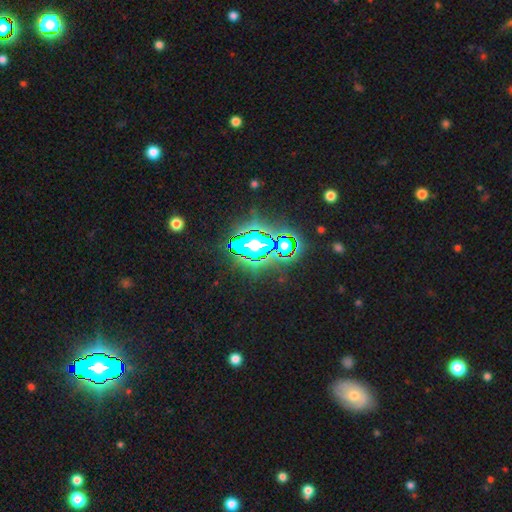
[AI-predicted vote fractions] Overall: star or artifact (79%).